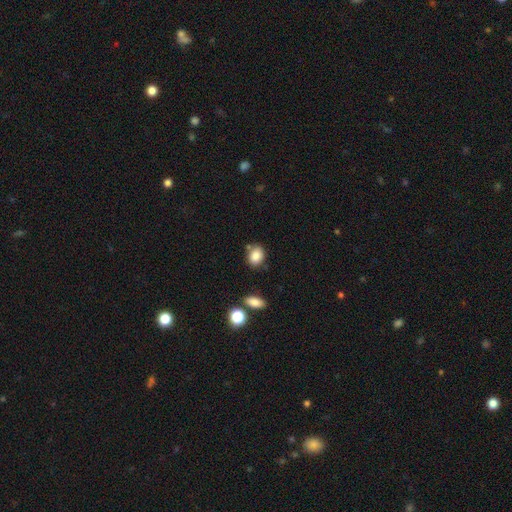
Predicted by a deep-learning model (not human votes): smooth-or-featured: smooth: 85% | star or artifact: 9% | featured or disk: 6%
  how-rounded: in between: 59% | round: 40% | cigar-shaped: 1%
  merging: none: 74% | minor disturbance: 15% | merger: 8% | major disturbance: 4%